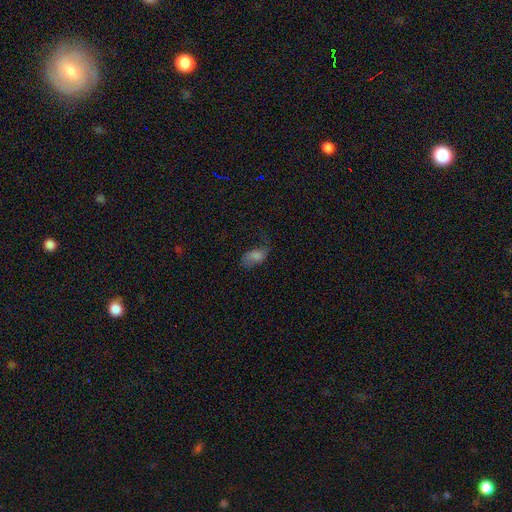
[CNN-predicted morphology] Smooth or featured? Predicted: smooth (p=0.55). How rounded? Predicted: in between (p=0.88). Merging? Predicted: none (p=0.48).